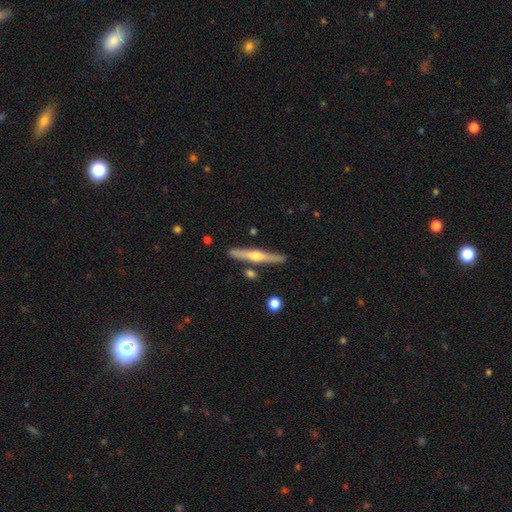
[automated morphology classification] Q: Smooth or featured?
A: featured or disk (69%); runner-up: smooth (26%)
Q: Edge-on disk?
A: yes (97%); runner-up: no (3%)
Q: Edge-on bulge?
A: rounded (91%); runner-up: none (7%)
Q: Merging?
A: none (87%); runner-up: minor disturbance (8%)